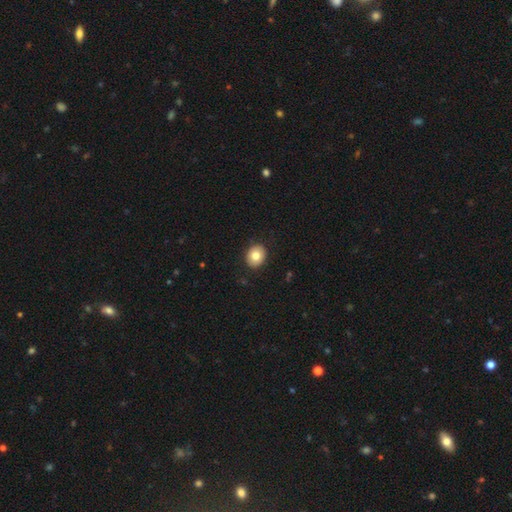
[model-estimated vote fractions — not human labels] smooth 79%, featured or disk 12%, star or artifact 8%. Down the decision tree: how rounded — round (61%); merging — none (89%).